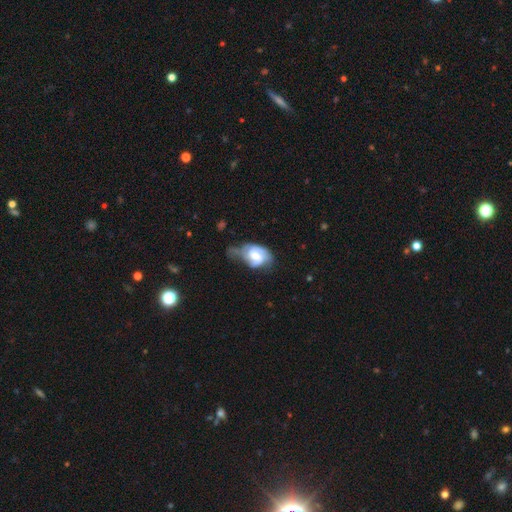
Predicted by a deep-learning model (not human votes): smooth_or_featured: featured or disk (p=0.65) [alt: smooth p=0.29]
disk_edge_on: no (p=0.97) [alt: yes p=0.03]
bar: weak (p=0.48) [alt: no p=0.36]
has_spiral_arms: yes (p=0.85) [alt: no p=0.15]
spiral_winding: medium (p=0.43) [alt: tight p=0.37]
spiral_arm_count: 2 (p=0.69) [alt: can't tell p=0.15]
bulge_size: moderate (p=0.57) [alt: large p=0.19]
merging: minor disturbance (p=0.36) [alt: none p=0.31]